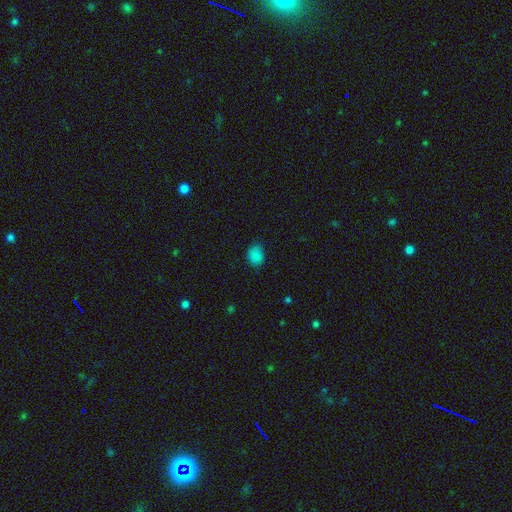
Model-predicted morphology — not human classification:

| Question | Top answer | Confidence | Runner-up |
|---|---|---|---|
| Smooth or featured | smooth | 84% | star or artifact (12%) |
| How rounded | in between | 54% | round (45%) |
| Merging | none | 77% | minor disturbance (18%) |